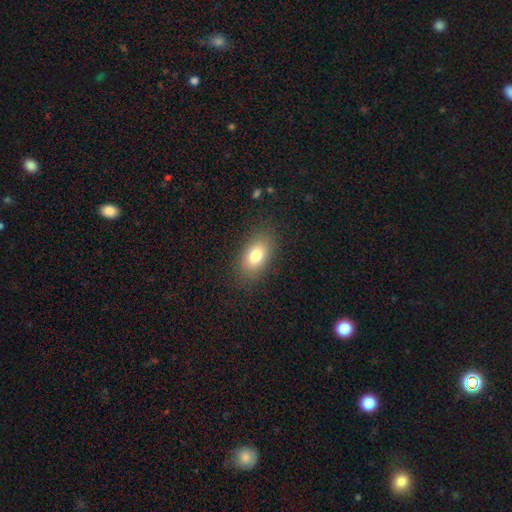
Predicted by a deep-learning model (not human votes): Smooth or featured: smooth — 79% (featured or disk — 12%)
How rounded: in between — 88% (round — 10%)
Merging: none — 85% (minor disturbance — 10%)